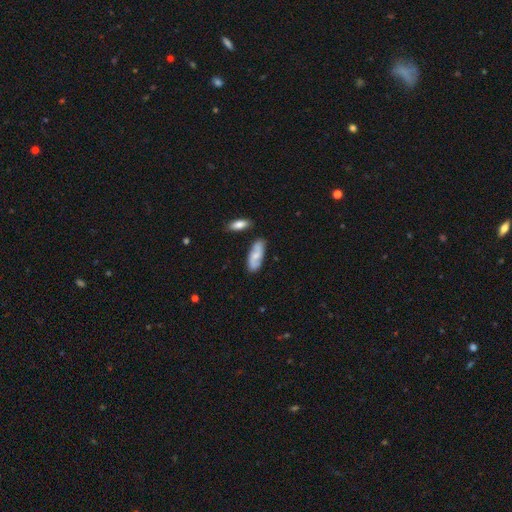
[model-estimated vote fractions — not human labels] Morphology: type=smooth (50%); merging=none (74%).